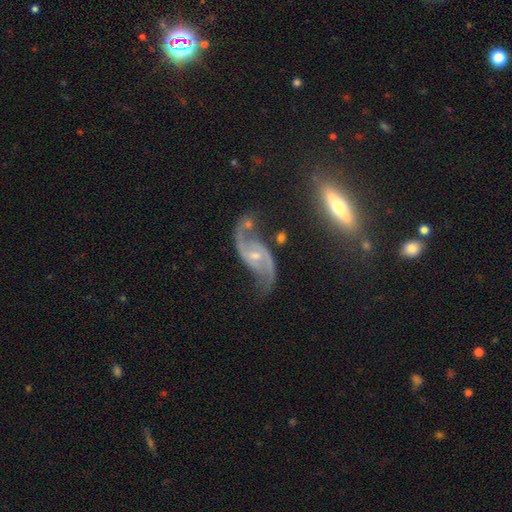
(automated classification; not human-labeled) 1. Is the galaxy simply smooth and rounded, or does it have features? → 90% featured or disk, 5% star or artifact, 5% smooth.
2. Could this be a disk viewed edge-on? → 97% no, 3% yes.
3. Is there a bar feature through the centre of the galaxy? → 45% weak, 37% no, 18% strong.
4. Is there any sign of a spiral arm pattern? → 97% yes, 3% no.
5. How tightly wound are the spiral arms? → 63% loose, 29% medium, 8% tight.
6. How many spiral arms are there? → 94% 2, 2% can't tell, 2% 1, 1% 3, 1% 4, 1% more than 4.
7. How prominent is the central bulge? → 56% small, 38% moderate, 3% none, 2% large, 1% dominant.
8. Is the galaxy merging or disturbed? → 64% none, 18% minor disturbance, 11% major disturbance, 8% merger.